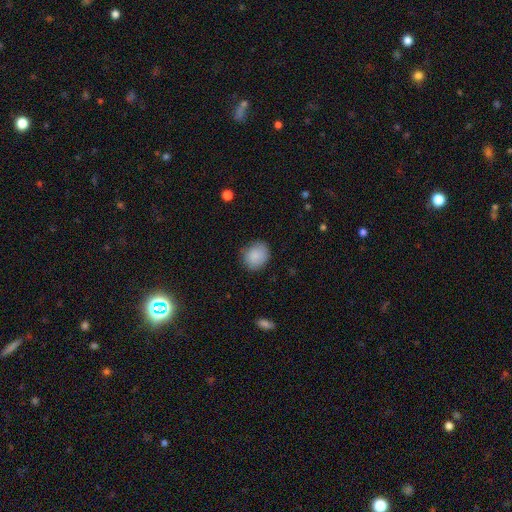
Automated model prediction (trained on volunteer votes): Morphology: type=smooth (86%); roundness=round (68%); merging=none (80%).